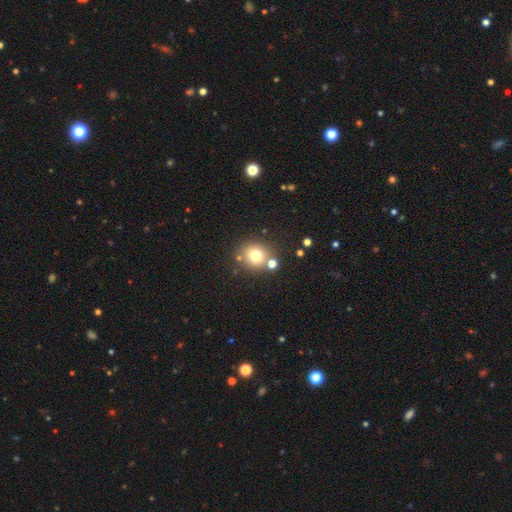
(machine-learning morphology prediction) A smooth galaxy with no disk features (74%) that is round (85%).

Vote fractions:
- Smooth or featured? smooth: 74% / star or artifact: 15% / featured or disk: 11%
- How rounded? round: 85% / in between: 14% / cigar-shaped: 1%
- Merging? none: 74% / merger: 13% / minor disturbance: 9% / major disturbance: 3%